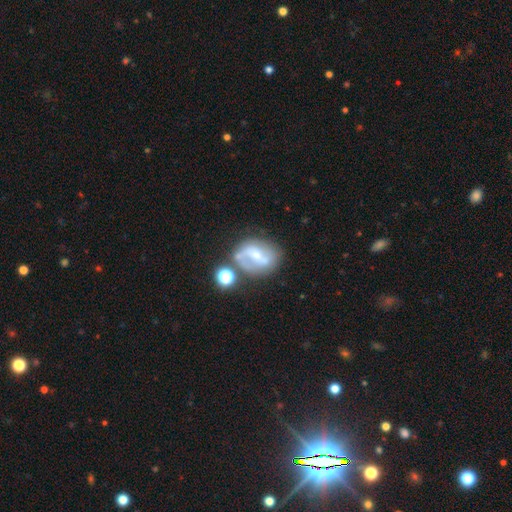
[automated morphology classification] Smooth or featured?
  - featured or disk: 71% *
  - smooth: 20%
  - star or artifact: 9%
Edge-on disk?
  - no: 97% *
  - yes: 3%
Bar?
  - weak: 41% *
  - no: 34%
  - strong: 25%
Spiral arms?
  - yes: 81% *
  - no: 19%
Spiral winding?
  - medium: 43% *
  - loose: 39%
  - tight: 18%
Spiral arm count?
  - 2: 75% *
  - can't tell: 11%
  - 1: 9%
  - 3: 2%
  - 4: 1%
  - more than 4: 1%
Bulge size?
  - small: 54% *
  - moderate: 37%
  - none: 5%
  - large: 3%
  - dominant: 1%
Merging?
  - none: 53% *
  - minor disturbance: 20%
  - merger: 15%
  - major disturbance: 12%